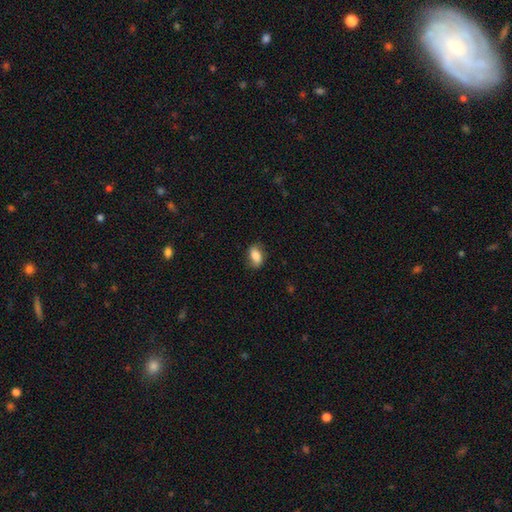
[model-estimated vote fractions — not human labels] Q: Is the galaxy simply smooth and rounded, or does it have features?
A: smooth — 80%.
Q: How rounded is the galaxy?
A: in between — 88%.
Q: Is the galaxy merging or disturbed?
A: none — 76%.